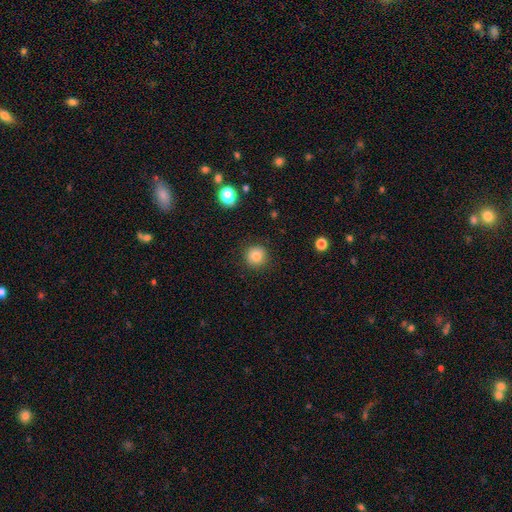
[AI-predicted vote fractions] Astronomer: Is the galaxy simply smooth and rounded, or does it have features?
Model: smooth — 84%.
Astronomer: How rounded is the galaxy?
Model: round — 93%.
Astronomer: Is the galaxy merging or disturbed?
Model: none — 89%.